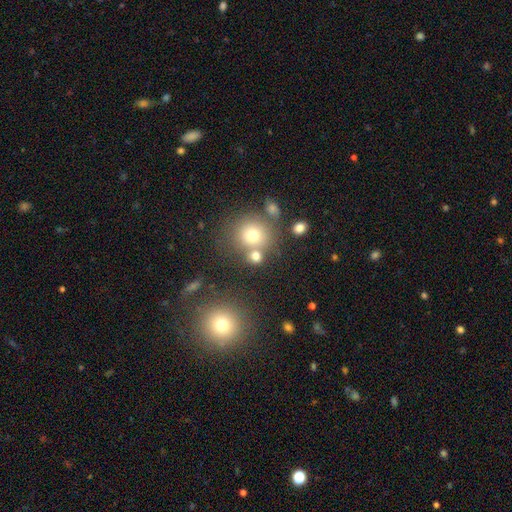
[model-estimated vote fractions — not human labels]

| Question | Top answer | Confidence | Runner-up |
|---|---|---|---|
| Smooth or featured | smooth | 72% | star or artifact (16%) |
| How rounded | round | 84% | in between (15%) |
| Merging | none | 58% | merger (26%) |